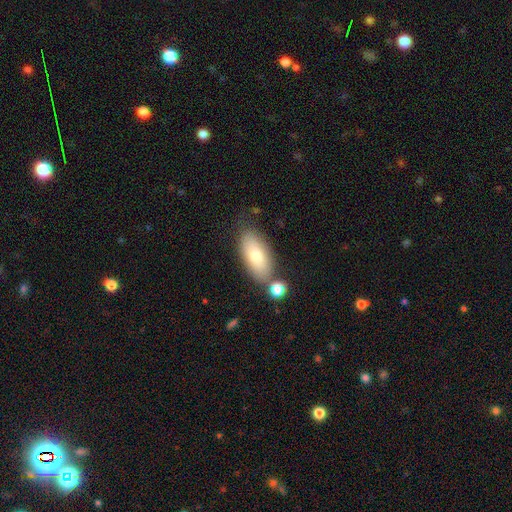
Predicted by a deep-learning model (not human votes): A smooth galaxy with no disk features (76%) that is in between round and cigar-shaped (87%).

Vote fractions:
- Smooth or featured? smooth: 76% / featured or disk: 16% / star or artifact: 7%
- How rounded? in between: 87% / cigar-shaped: 10% / round: 3%
- Merging? none: 71% / minor disturbance: 15% / merger: 10% / major disturbance: 4%